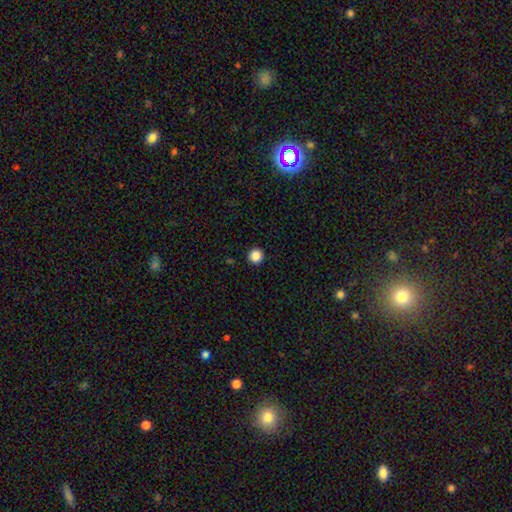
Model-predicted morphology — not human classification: This is clearly a smooth galaxy (87%). How rounded: clearly round (96%). Merging: clearly none (94%).